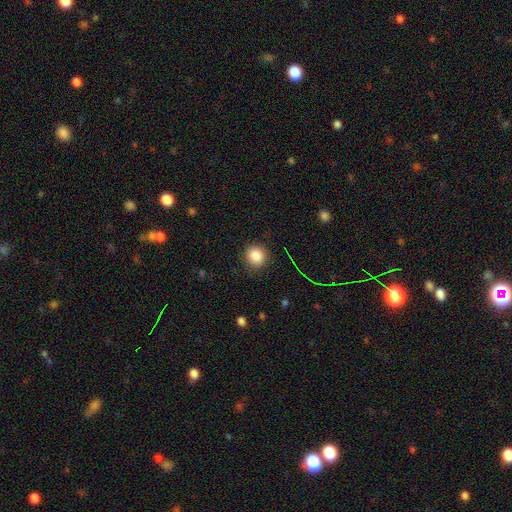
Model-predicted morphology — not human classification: Q: Smooth or featured?
A: smooth (85%); runner-up: star or artifact (11%)
Q: How rounded?
A: round (87%); runner-up: in between (12%)
Q: Merging?
A: none (89%); runner-up: minor disturbance (8%)